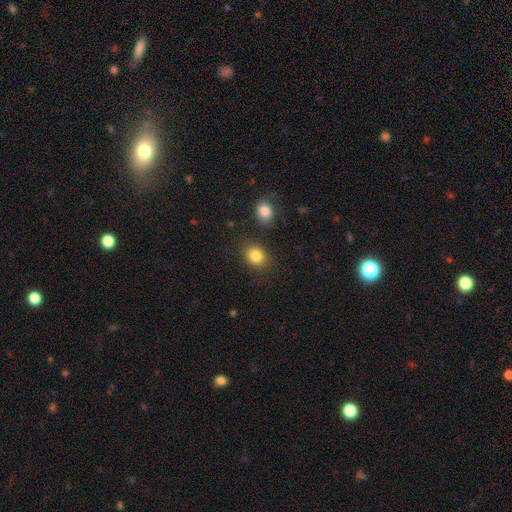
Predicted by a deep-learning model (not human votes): Overall: smooth (84%). How rounded: round (62%; in between 37%). Merging: none (82%).